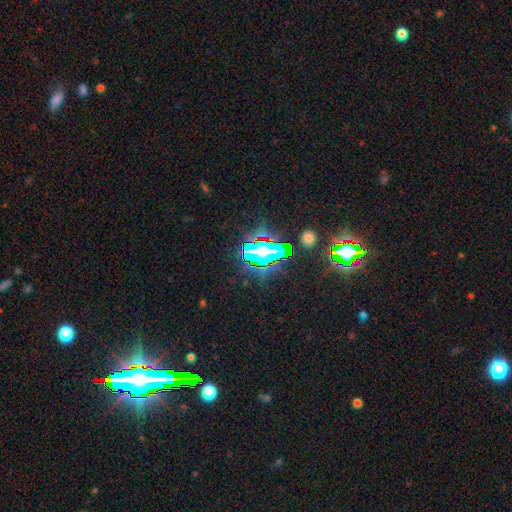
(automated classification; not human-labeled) A star or artifact, not a galaxy (71%).